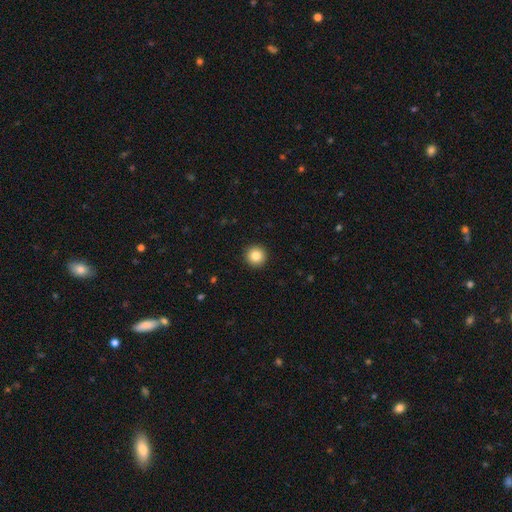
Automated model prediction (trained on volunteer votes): smooth_or_featured: smooth (p=0.84) [alt: star or artifact p=0.10]
how_rounded: round (p=0.96) [alt: in between p=0.03]
merging: none (p=0.93) [alt: minor disturbance p=0.04]